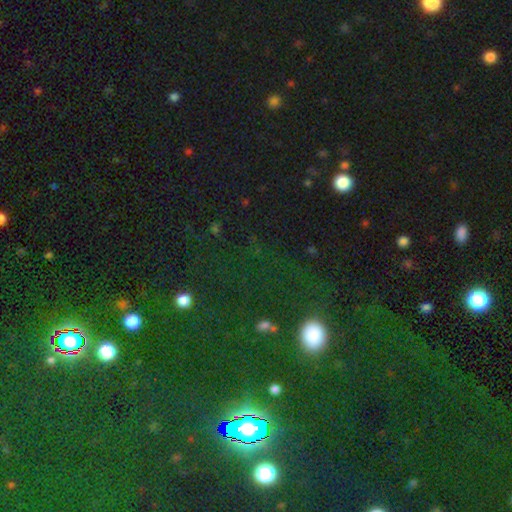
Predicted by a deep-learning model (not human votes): Smooth or featured? star or artifact (69%)